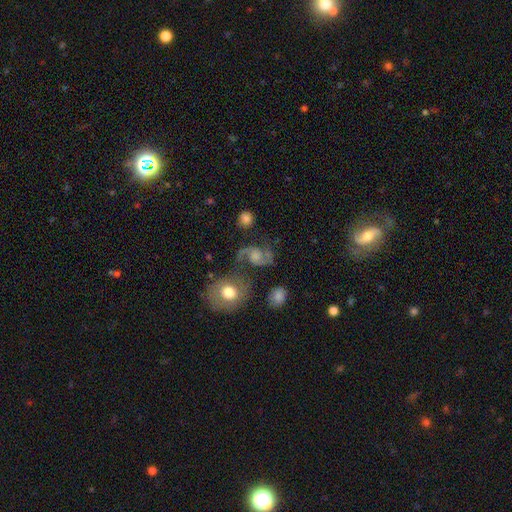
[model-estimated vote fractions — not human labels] This appears to be a featured or disk galaxy (72%) with no bar (60%), 2 (89%) loose (46%) spiral arms (92%) and a moderate central bulge (41%). Merging: none (57%).